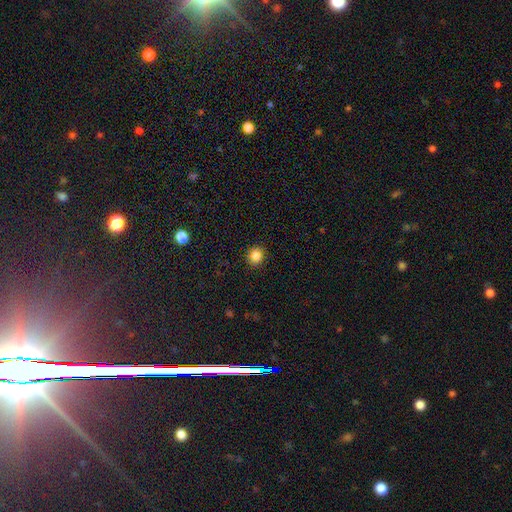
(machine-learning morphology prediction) Smooth or featured? Predicted: smooth (p=0.85). How rounded? Predicted: round (p=0.81). Merging? Predicted: none (p=0.90).